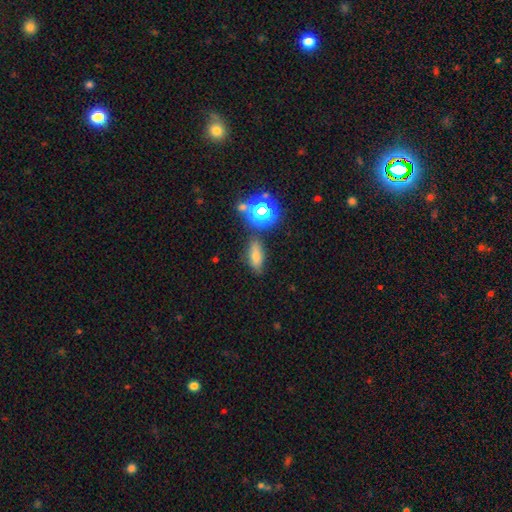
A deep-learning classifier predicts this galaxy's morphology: Smooth or featured: smooth — 65% (star or artifact — 22%)
How rounded: in between — 68% (cigar-shaped — 20%)
Merging: none — 77% (minor disturbance — 14%)